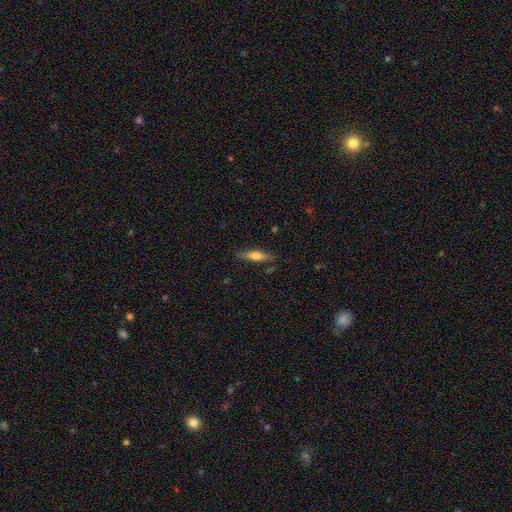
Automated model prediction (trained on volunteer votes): smooth 58%, featured or disk 36%, star or artifact 7%. Down the decision tree: how rounded — cigar-shaped (74%); merging — none (83%).